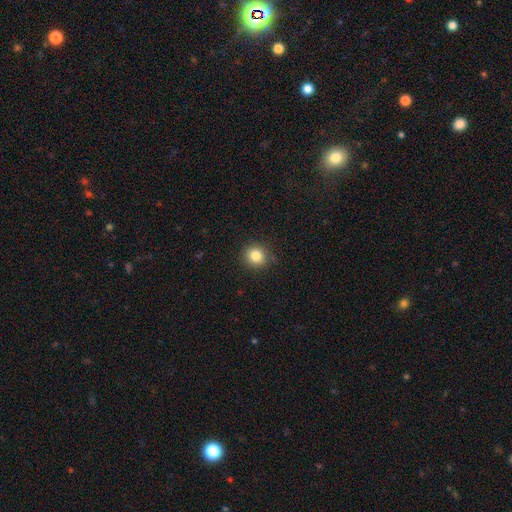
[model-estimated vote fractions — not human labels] smooth-or-featured: smooth: 84% | star or artifact: 11% | featured or disk: 6%
  how-rounded: round: 89% | in between: 11% | cigar-shaped: 1%
  merging: none: 88% | minor disturbance: 9% | major disturbance: 2% | merger: 1%